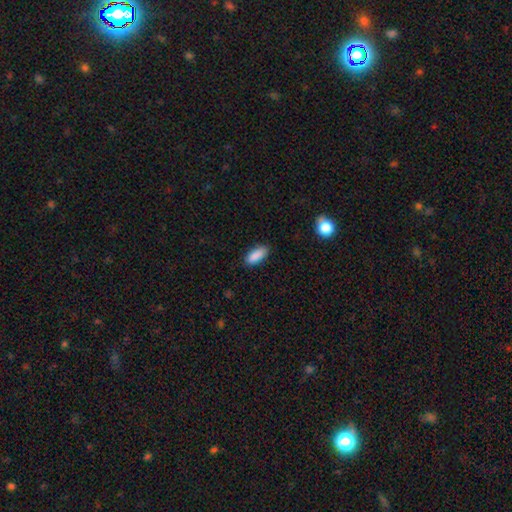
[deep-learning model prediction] smooth-or-featured: smooth: 89% | star or artifact: 7% | featured or disk: 4%
  how-rounded: in between: 82% | cigar-shaped: 16% | round: 2%
  merging: none: 84% | minor disturbance: 12% | major disturbance: 2% | merger: 1%